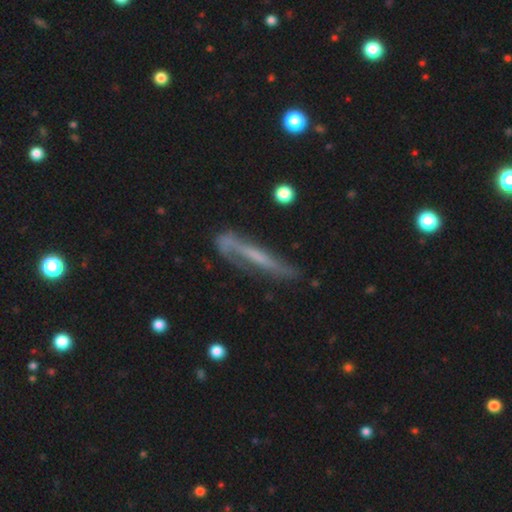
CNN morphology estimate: smooth_or_featured: featured or disk (p=0.60) [alt: smooth p=0.32]
disk_edge_on: yes (p=0.70) [alt: no p=0.30]
merging: none (p=0.55) [alt: minor disturbance p=0.26]